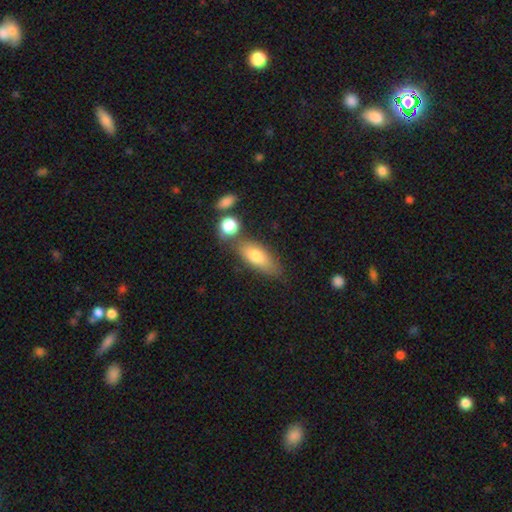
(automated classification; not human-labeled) This is likely a smooth galaxy (75%). How rounded: likely in between (74%). Merging: likely none (61%).